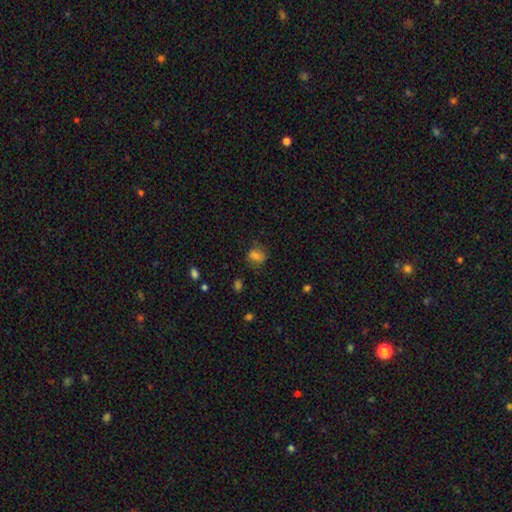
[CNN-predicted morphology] smooth-or-featured: smooth: 72% | star or artifact: 15% | featured or disk: 14%
  how-rounded: in between: 55% | round: 43% | cigar-shaped: 2%
  merging: none: 65% | minor disturbance: 21% | major disturbance: 9% | merger: 5%